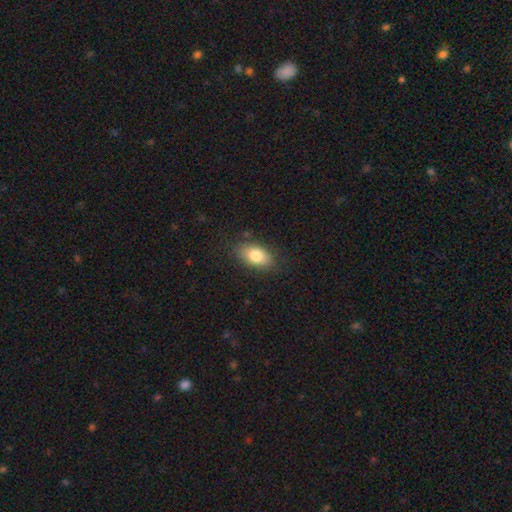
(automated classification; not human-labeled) Overall: smooth (79%). How rounded: in between (89%). Merging: none (81%).